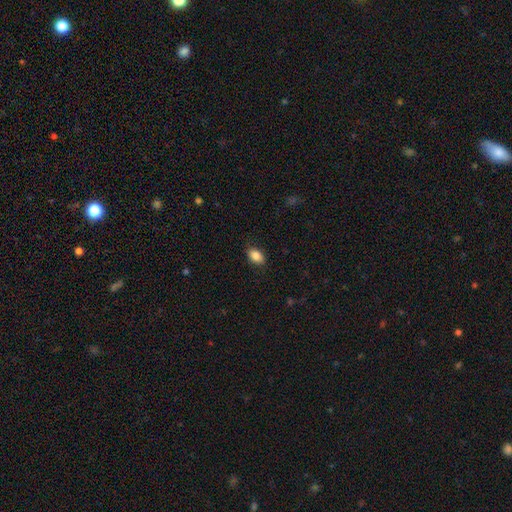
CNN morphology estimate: Smooth or featured?
  - smooth: 86% *
  - star or artifact: 8%
  - featured or disk: 6%
How rounded?
  - in between: 85% *
  - round: 13%
  - cigar-shaped: 2%
Merging?
  - none: 85% *
  - minor disturbance: 11%
  - major disturbance: 2%
  - merger: 1%